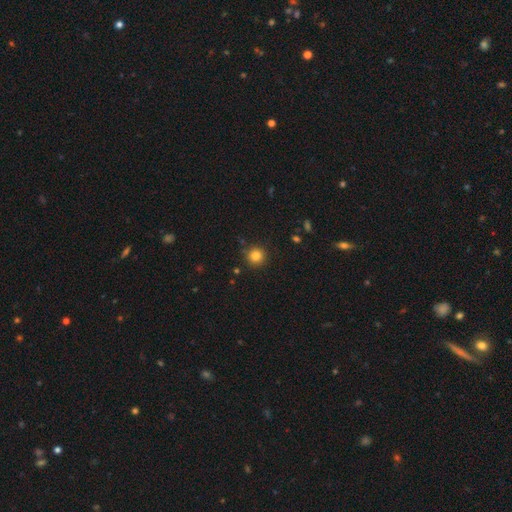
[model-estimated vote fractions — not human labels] smooth_or_featured: smooth (p=0.82) [alt: star or artifact p=0.12]
how_rounded: round (p=0.95) [alt: in between p=0.05]
merging: none (p=0.89) [alt: minor disturbance p=0.07]